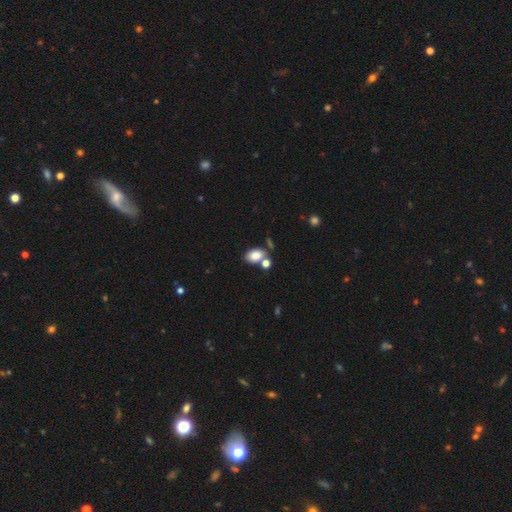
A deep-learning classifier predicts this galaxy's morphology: Smooth or featured? Predicted: smooth (p=0.83). How rounded? Predicted: in between (p=0.81). Merging? Predicted: none (p=0.53).